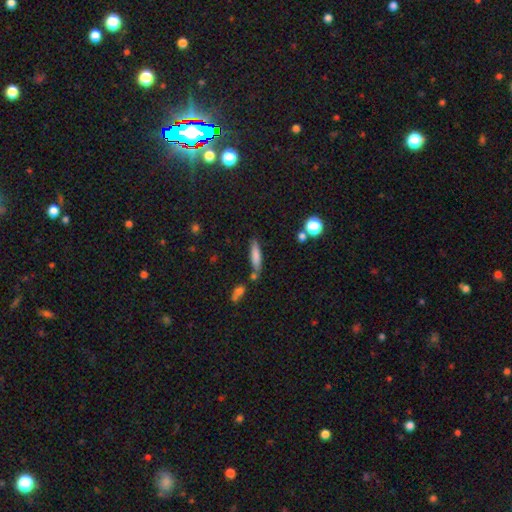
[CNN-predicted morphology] This is likely a smooth galaxy (75%). How rounded: likely cigar-shaped (78%). Merging: likely none (70%).